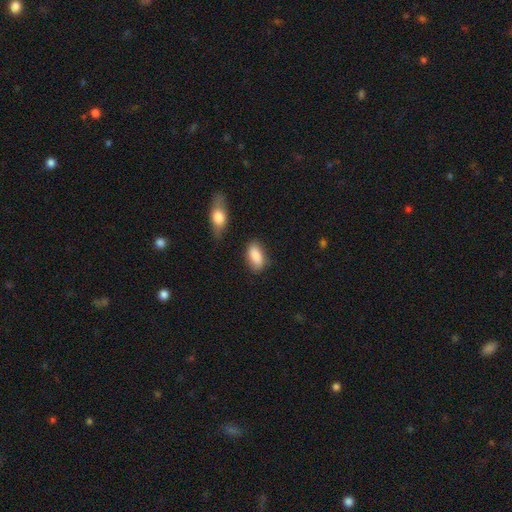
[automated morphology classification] smooth-or-featured: smooth: 87% | featured or disk: 7% | star or artifact: 6%
  how-rounded: in between: 90% | cigar-shaped: 6% | round: 4%
  merging: none: 75% | minor disturbance: 17% | merger: 4% | major disturbance: 4%